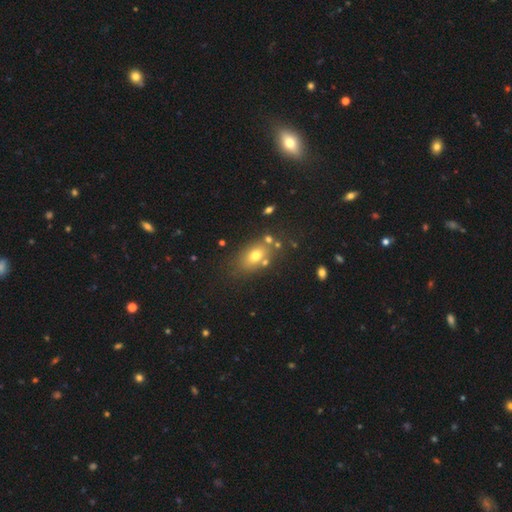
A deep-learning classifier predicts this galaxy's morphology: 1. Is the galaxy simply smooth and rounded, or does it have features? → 70% smooth, 17% featured or disk, 14% star or artifact.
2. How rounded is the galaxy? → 77% in between, 21% round, 3% cigar-shaped.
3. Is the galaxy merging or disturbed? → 68% none, 14% minor disturbance, 13% merger, 6% major disturbance.